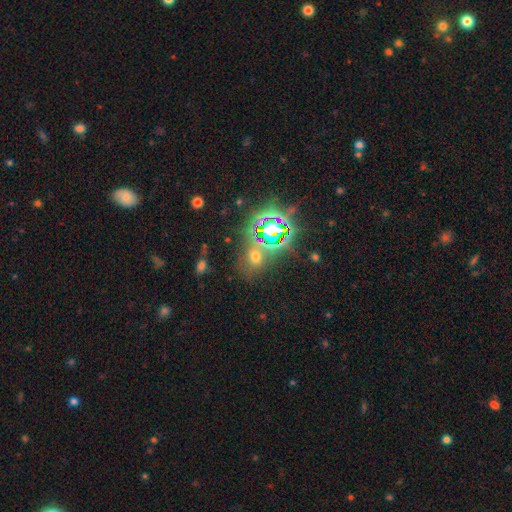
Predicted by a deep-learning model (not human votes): Smooth or featured?
  - star or artifact: 53% *
  - smooth: 37%
  - featured or disk: 10%